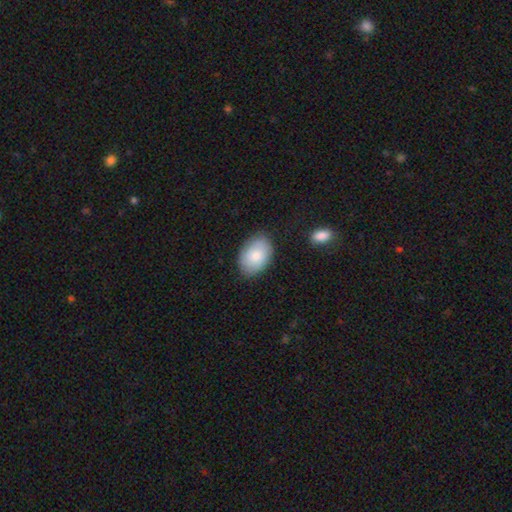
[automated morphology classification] smooth_or_featured: smooth (p=0.80) [alt: featured or disk p=0.14]
how_rounded: in between (p=0.85) [alt: round p=0.14]
merging: none (p=0.81) [alt: minor disturbance p=0.15]